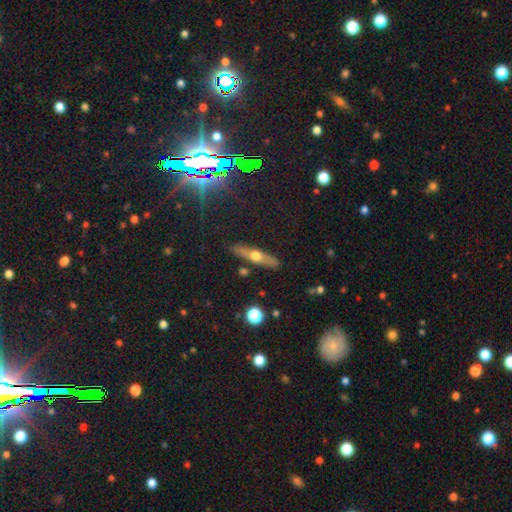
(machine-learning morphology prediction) The model was most divided on "smooth or featured": featured or disk: 60%, smooth: 33%, star or artifact: 8%. More confident: edge-on bulge — rounded (93%); edge-on disk — yes (92%); merging — none (87%).